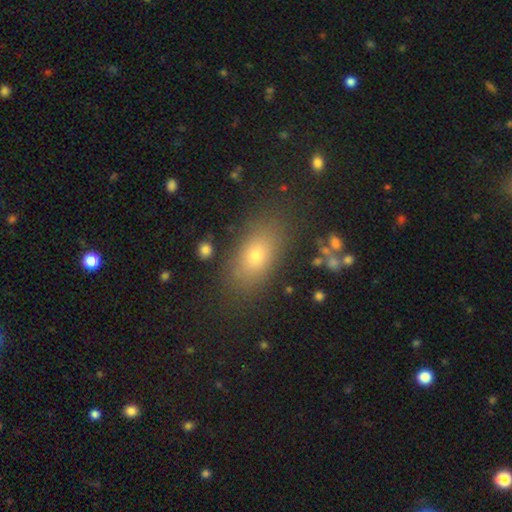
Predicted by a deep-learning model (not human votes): The model was most divided on "smooth or featured": smooth: 73%, star or artifact: 14%, featured or disk: 13%. More confident: how rounded — in between (83%); merging — none (82%).